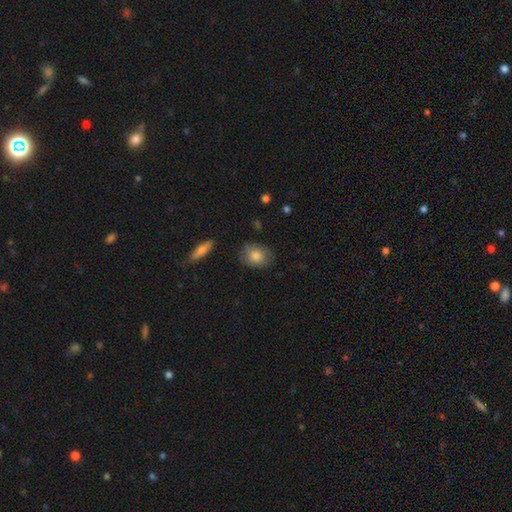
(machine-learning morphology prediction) A smooth galaxy with no disk features (80%) that is in between round and cigar-shaped (61%). Merging: none (78%).